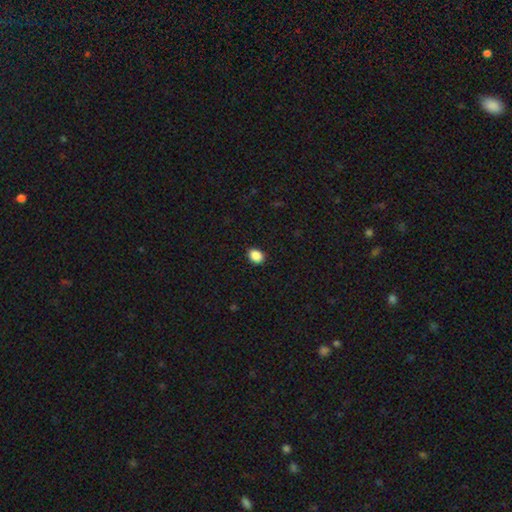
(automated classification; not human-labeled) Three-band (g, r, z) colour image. It shows a smooth galaxy with no disk features (88%) that is in between round and cigar-shaped (59%). Merging: none (89%).